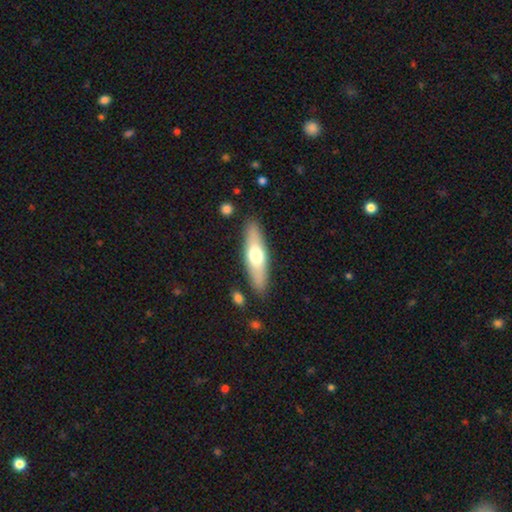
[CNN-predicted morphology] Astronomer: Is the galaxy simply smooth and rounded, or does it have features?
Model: smooth — 58% (runner-up: featured or disk, 37%).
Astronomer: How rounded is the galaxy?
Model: cigar-shaped — 59% (runner-up: in between, 39%).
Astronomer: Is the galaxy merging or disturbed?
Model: none — 86%.